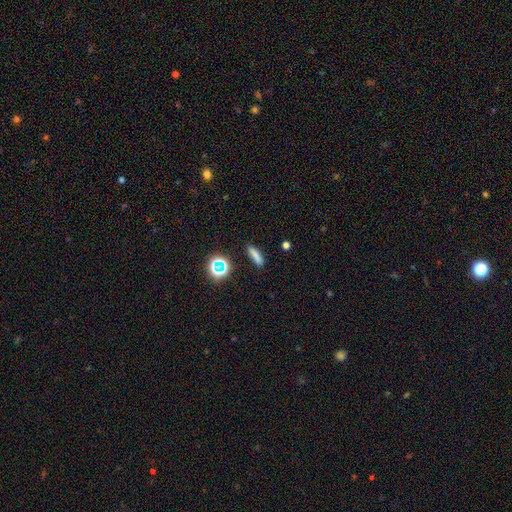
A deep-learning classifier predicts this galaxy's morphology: Smooth or featured? Predicted: smooth (p=0.75). How rounded? Predicted: cigar-shaped (p=0.73). Merging? Predicted: none (p=0.84).